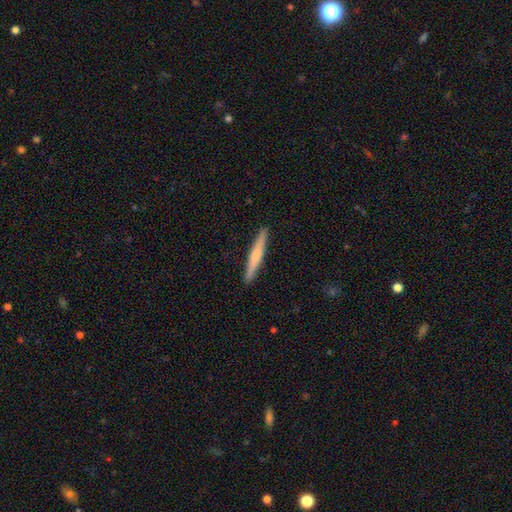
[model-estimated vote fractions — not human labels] Smooth or featured? smooth (55%)
How rounded? cigar-shaped (96%)
Merging? none (92%)